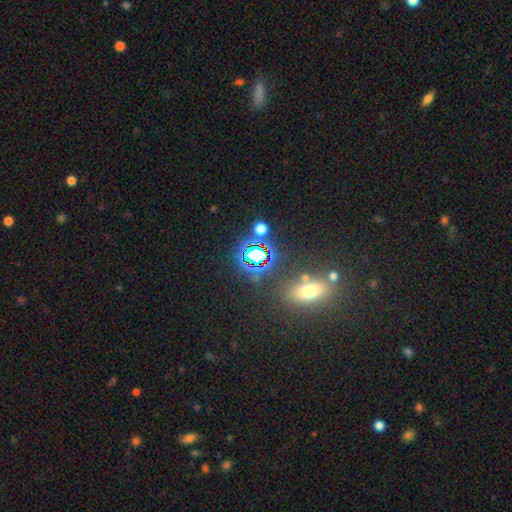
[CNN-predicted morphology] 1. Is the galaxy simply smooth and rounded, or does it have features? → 69% star or artifact, 20% smooth, 10% featured or disk.